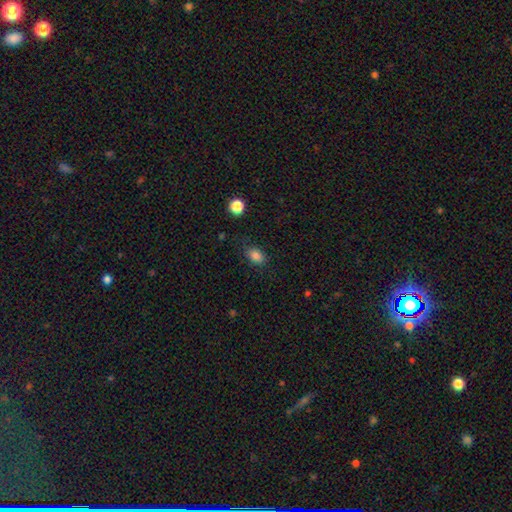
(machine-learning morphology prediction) smooth_or_featured: smooth (p=0.84) [alt: star or artifact p=0.11]
how_rounded: in between (p=0.77) [alt: round p=0.22]
merging: none (p=0.79) [alt: minor disturbance p=0.16]